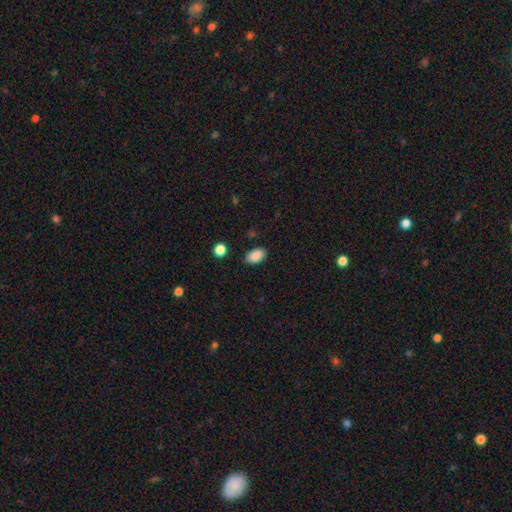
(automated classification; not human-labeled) Overall: smooth (88%). How rounded: in between (92%). Merging: none (85%).